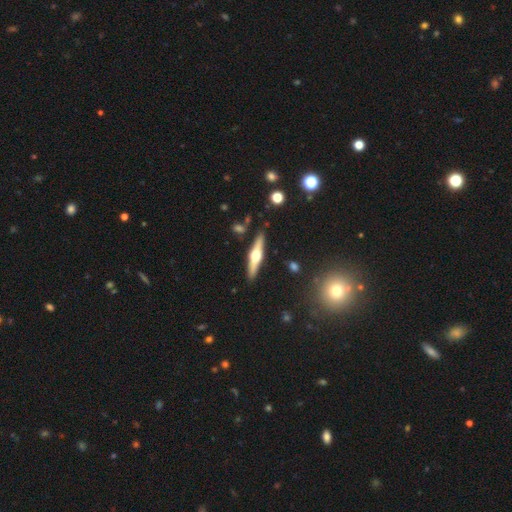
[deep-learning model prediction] featured or disk 67%, smooth 27%, star or artifact 6%. Down the decision tree: edge-on disk — yes (96%); edge-on bulge — rounded (95%); merging — none (88%).